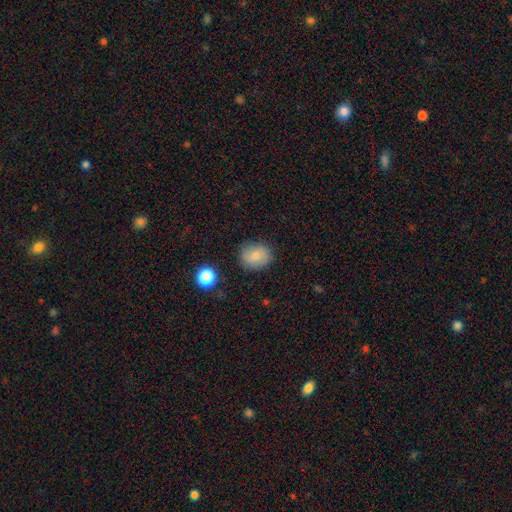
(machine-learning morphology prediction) Q: Smooth or featured?
A: smooth (78%); runner-up: featured or disk (12%)
Q: How rounded?
A: round (63%); runner-up: in between (36%)
Q: Merging?
A: none (82%); runner-up: minor disturbance (13%)